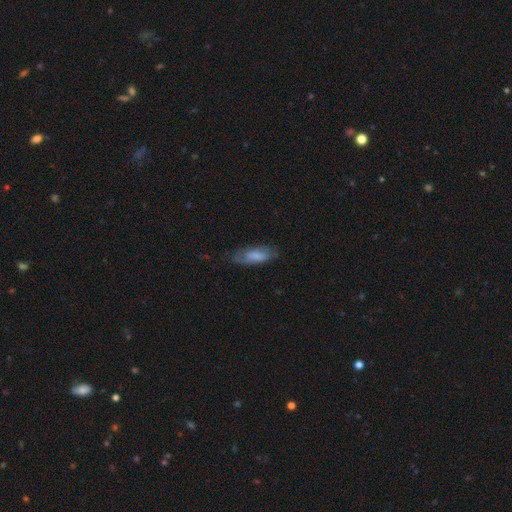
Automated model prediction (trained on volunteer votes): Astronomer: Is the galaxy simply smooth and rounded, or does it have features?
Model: smooth — 67%.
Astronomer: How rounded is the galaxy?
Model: in between — 69%.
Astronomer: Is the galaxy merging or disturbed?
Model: none — 67%.